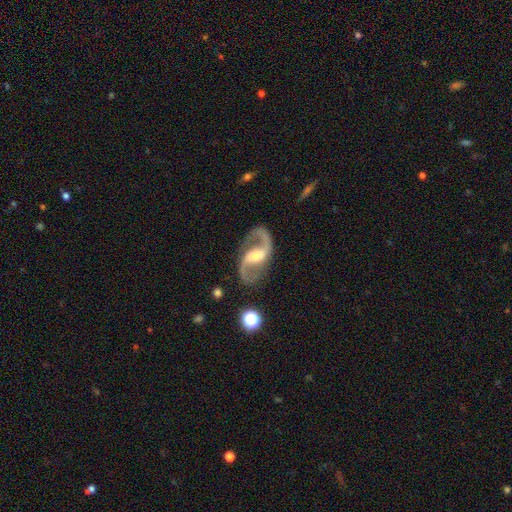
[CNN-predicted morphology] Smooth or featured: featured or disk — 92% (star or artifact — 4%)
Edge-on disk: no — 98% (yes — 2%)
Bar: weak — 42% (strong — 36%)
Spiral arms: yes — 98% (no — 2%)
Spiral winding: medium — 48% (loose — 44%)
Spiral arm count: 2 — 94% (1 — 2%)
Bulge size: moderate — 51% (small — 34%)
Merging: none — 82% (minor disturbance — 11%)